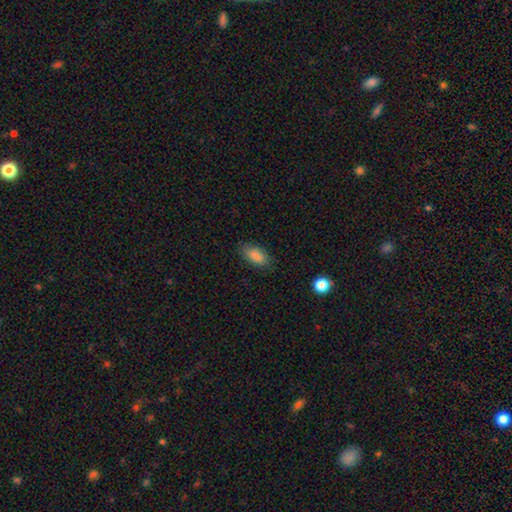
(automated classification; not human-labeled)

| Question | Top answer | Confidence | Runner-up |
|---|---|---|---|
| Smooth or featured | smooth | 86% | star or artifact (8%) |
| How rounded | in between | 88% | cigar-shaped (9%) |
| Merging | none | 84% | minor disturbance (12%) |